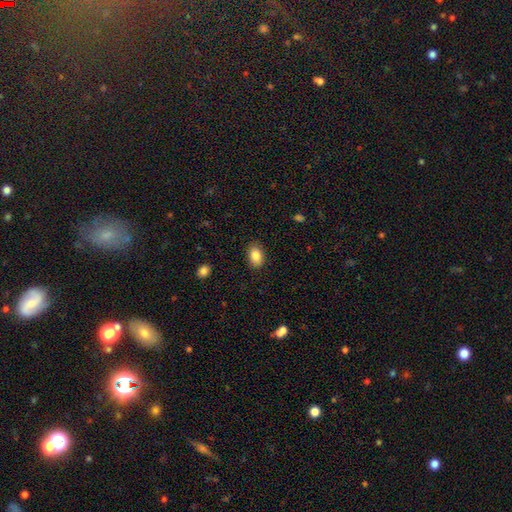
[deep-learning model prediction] A smooth galaxy with no disk features (85%) that is in between round and cigar-shaped (85%).

Vote fractions:
- Smooth or featured? smooth: 85% / star or artifact: 8% / featured or disk: 6%
- How rounded? in between: 85% / round: 14% / cigar-shaped: 1%
- Merging? none: 87% / minor disturbance: 9% / major disturbance: 2% / merger: 1%